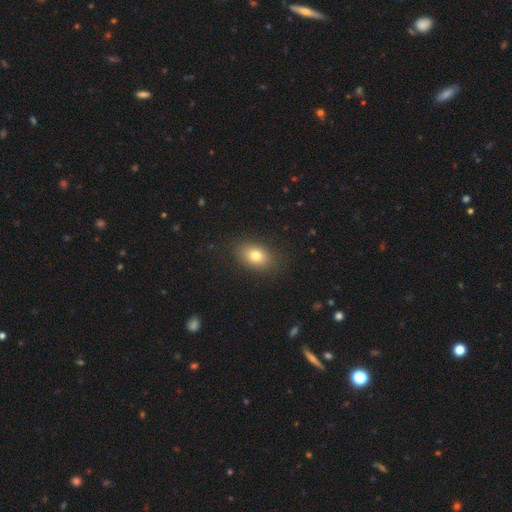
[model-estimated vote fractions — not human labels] This appears to be a smooth galaxy with no disk features (77%) that is in between round and cigar-shaped (80%). Merging: none (86%).